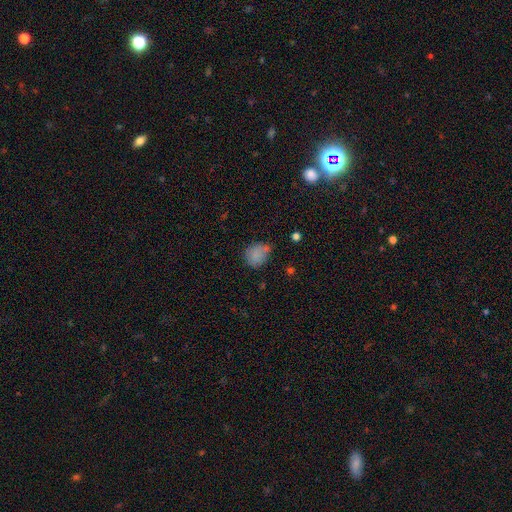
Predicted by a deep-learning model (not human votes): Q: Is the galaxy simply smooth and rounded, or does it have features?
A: smooth — 81%.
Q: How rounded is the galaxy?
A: round — 66%.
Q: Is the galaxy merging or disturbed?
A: none — 59%.